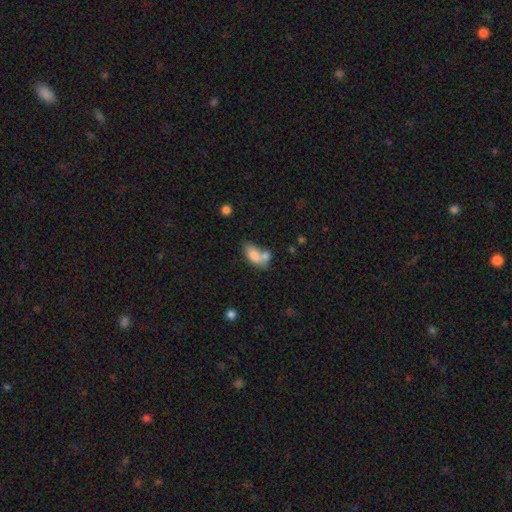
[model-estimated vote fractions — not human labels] Smooth or featured? smooth (79%)
How rounded? in between (89%)
Merging? merger (48%)